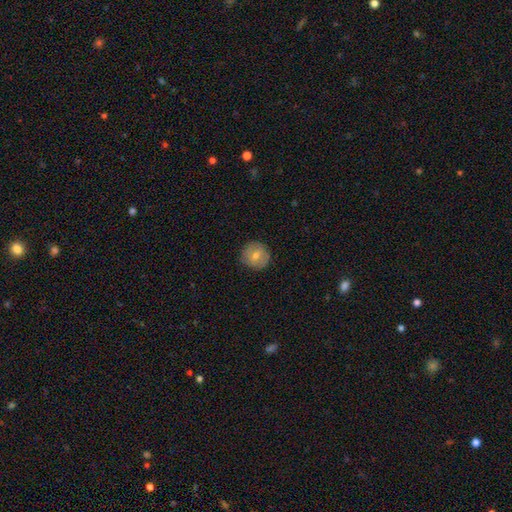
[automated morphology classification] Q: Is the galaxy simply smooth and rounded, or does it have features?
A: smooth — 68%.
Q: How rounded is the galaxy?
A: round — 93%.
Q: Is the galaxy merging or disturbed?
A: none — 87%.